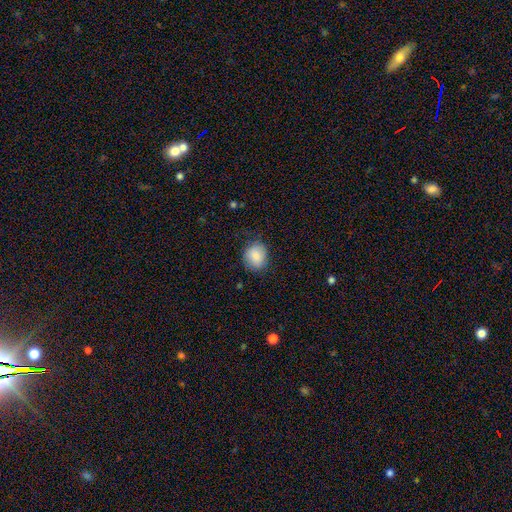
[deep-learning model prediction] smooth_or_featured: smooth (p=0.87) [alt: star or artifact p=0.07]
how_rounded: round (p=0.64) [alt: in between p=0.35]
merging: none (p=0.79) [alt: minor disturbance p=0.16]